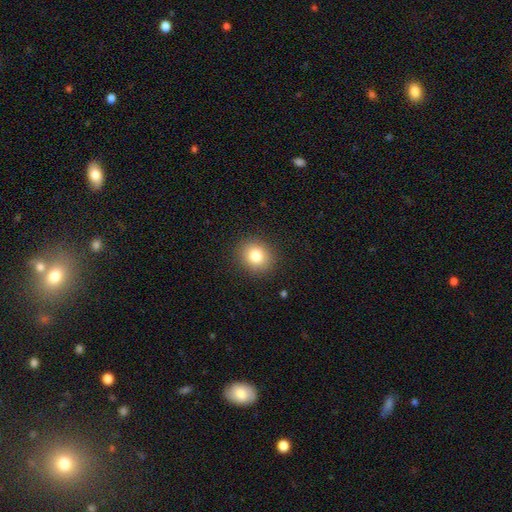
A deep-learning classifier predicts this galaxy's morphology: This appears to be a smooth galaxy with no disk features (82%) that is round (79%). Merging: none (90%).